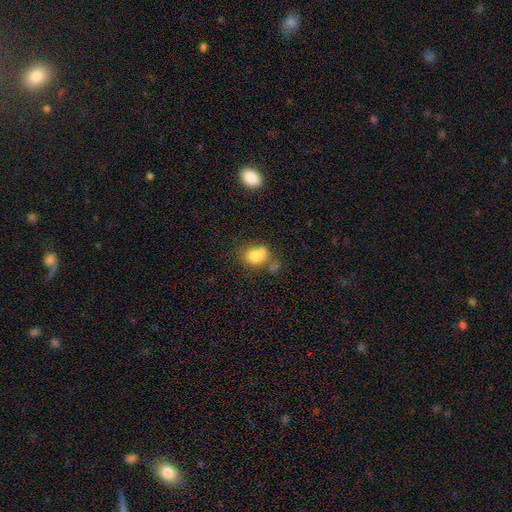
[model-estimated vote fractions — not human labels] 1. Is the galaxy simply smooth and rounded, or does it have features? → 77% smooth, 13% featured or disk, 11% star or artifact.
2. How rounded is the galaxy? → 58% round, 41% in between, 1% cigar-shaped.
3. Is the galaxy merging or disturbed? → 39% none, 34% merger, 18% minor disturbance, 9% major disturbance.